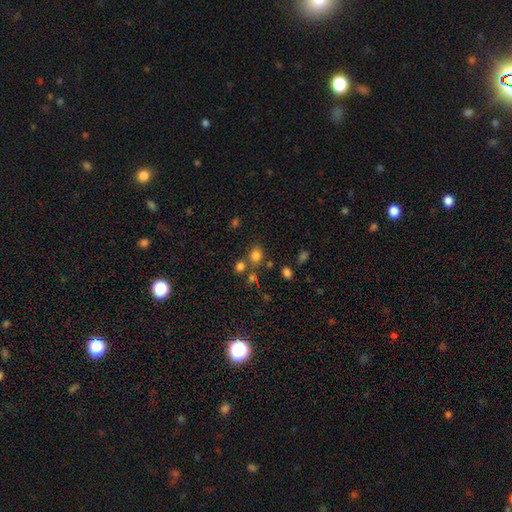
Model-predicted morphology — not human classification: Smooth or featured? Predicted: smooth (p=0.78). How rounded? Predicted: round (p=0.54). Merging? Predicted: none (p=0.67).